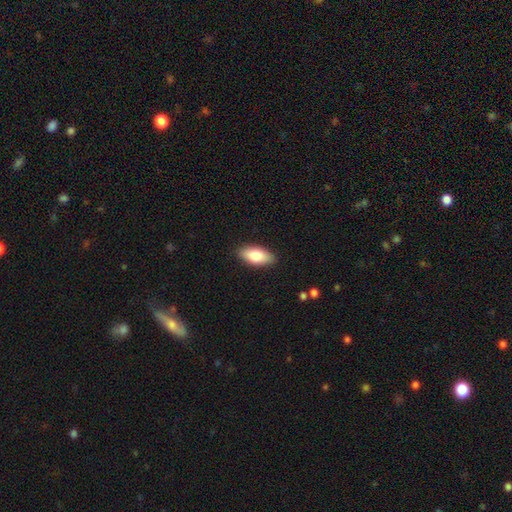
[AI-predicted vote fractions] smooth-or-featured: smooth: 80% | featured or disk: 14% | star or artifact: 6%
  how-rounded: in between: 87% | cigar-shaped: 11% | round: 3%
  merging: none: 88% | minor disturbance: 9% | major disturbance: 2% | merger: 1%